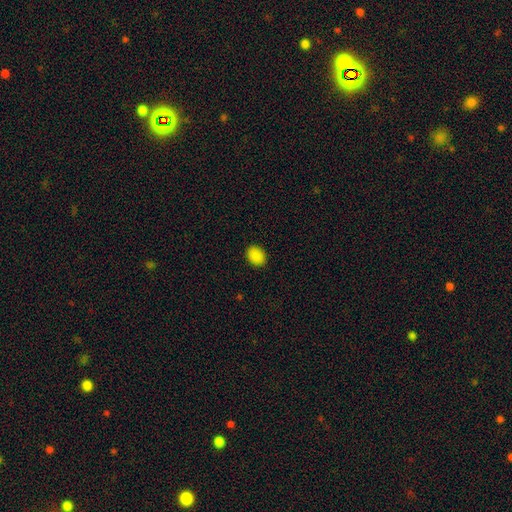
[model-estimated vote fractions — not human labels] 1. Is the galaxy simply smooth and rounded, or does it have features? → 87% smooth, 11% star or artifact, 2% featured or disk.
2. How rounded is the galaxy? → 67% in between, 32% round, 1% cigar-shaped.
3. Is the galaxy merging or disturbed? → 90% none, 8% minor disturbance, 2% major disturbance, 1% merger.